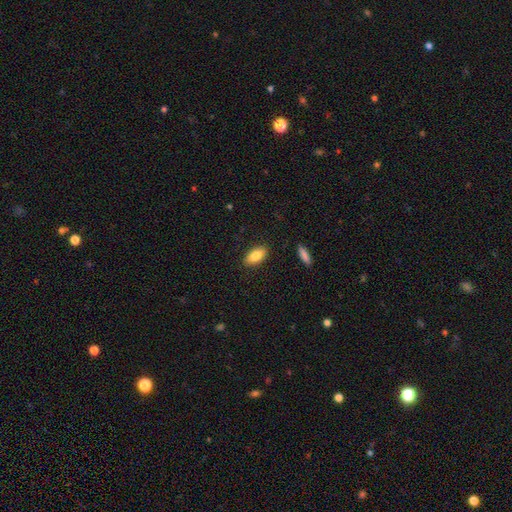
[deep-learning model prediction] A smooth galaxy with no disk features (83%) that is in between round and cigar-shaped (90%). Merging: none (87%).